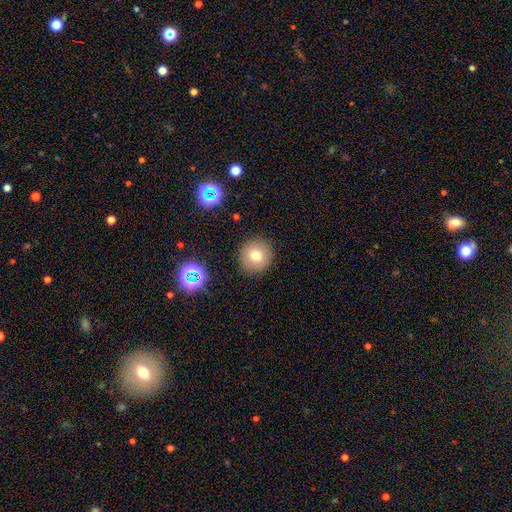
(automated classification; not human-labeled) Morphology: type=smooth (73%); roundness=round (93%); merging=none (89%).